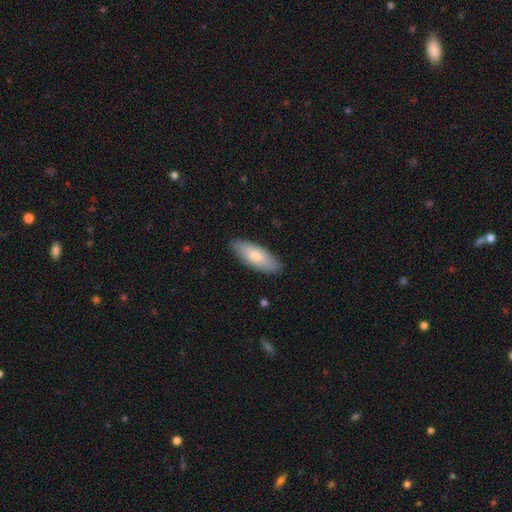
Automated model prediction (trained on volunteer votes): This is likely a smooth galaxy (77%). How rounded: likely in between (70%). Merging: clearly none (87%).